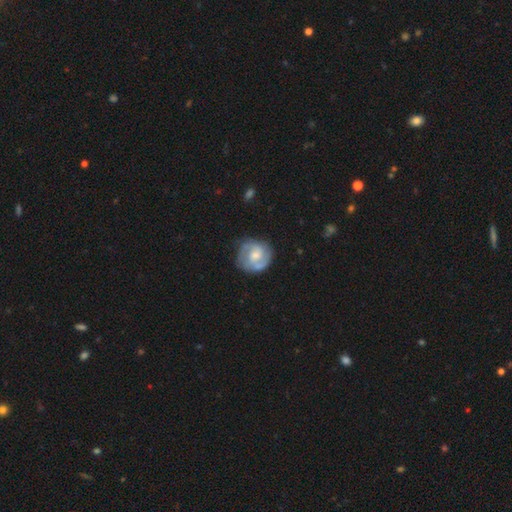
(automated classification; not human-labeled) Overall: featured or disk (67%; smooth 27%). Edge-on disk: no (98%). Bar: no (54%; weak 40%). Spiral arms: yes (87%). Spiral arm count: 2 (63%). Spiral winding: tight (44%; medium 41%). Bulge size: moderate (58%; small 30%). Merging: none (73%).